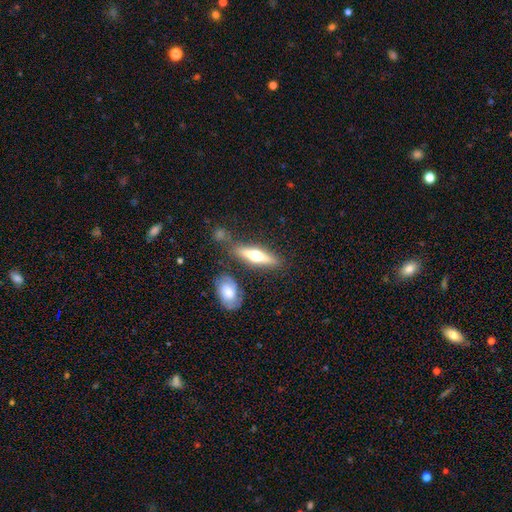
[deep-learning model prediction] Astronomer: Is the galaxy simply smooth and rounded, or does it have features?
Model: featured or disk — 53% (runner-up: smooth, 40%).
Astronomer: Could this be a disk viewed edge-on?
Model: yes — 90%.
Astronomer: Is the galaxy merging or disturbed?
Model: none — 76%.